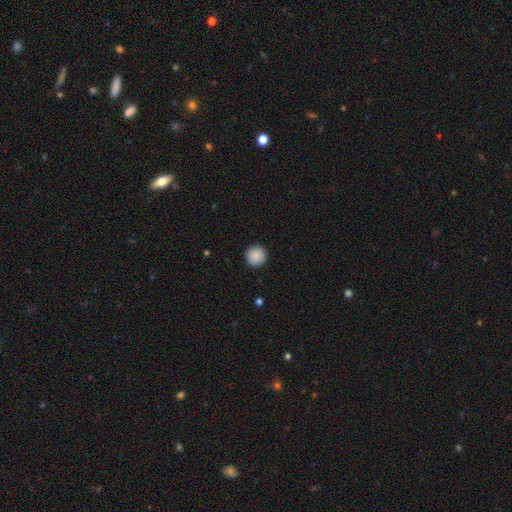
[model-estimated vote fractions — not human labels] Q: Smooth or featured?
A: smooth (89%); runner-up: star or artifact (8%)
Q: How rounded?
A: round (96%); runner-up: in between (3%)
Q: Merging?
A: none (93%); runner-up: minor disturbance (5%)